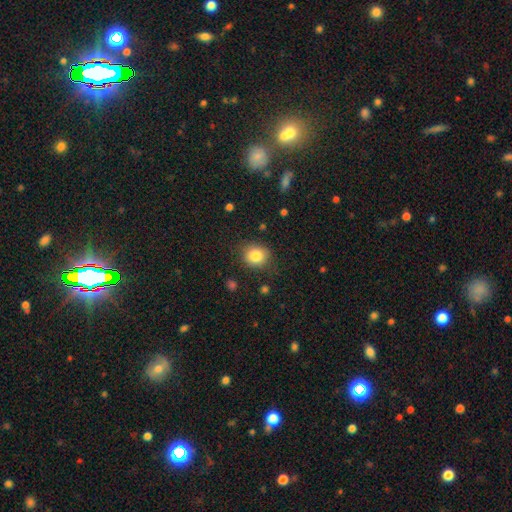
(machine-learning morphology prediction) A smooth galaxy with no disk features (84%) that is round (76%).

Vote fractions:
- Smooth or featured? smooth: 84% / star or artifact: 10% / featured or disk: 6%
- How rounded? round: 76% / in between: 23% / cigar-shaped: 1%
- Merging? none: 84% / minor disturbance: 11% / major disturbance: 3% / merger: 1%